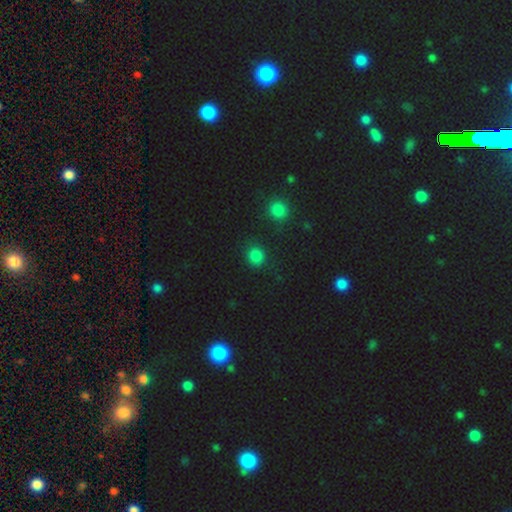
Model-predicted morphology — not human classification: Smooth or featured?
  - smooth: 82% *
  - star or artifact: 15%
  - featured or disk: 3%
How rounded?
  - round: 84% *
  - in between: 15%
  - cigar-shaped: 1%
Merging?
  - none: 86% *
  - minor disturbance: 8%
  - major disturbance: 3%
  - merger: 3%